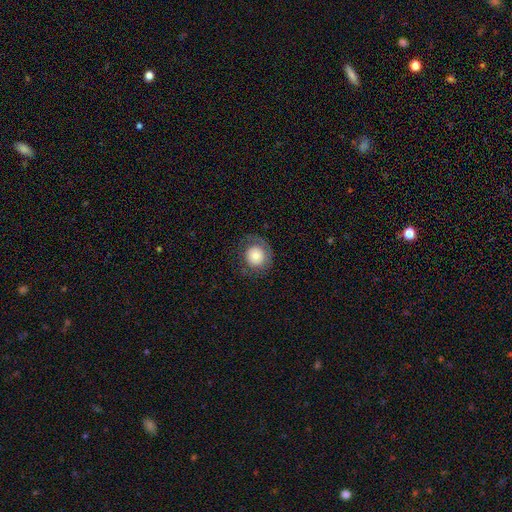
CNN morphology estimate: smooth 70%, featured or disk 21%, star or artifact 9%. Down the decision tree: how rounded — round (88%); merging — none (71%).